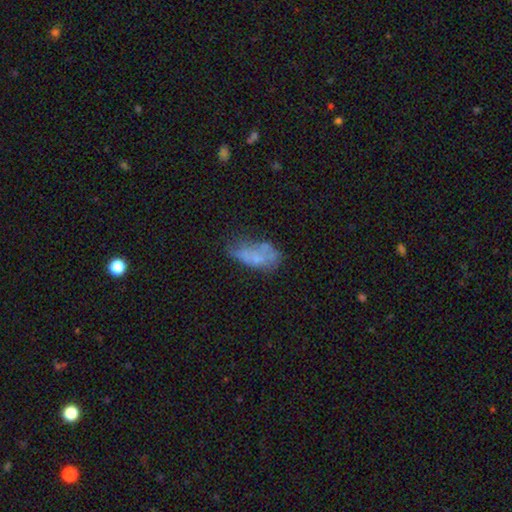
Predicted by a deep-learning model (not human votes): Morphology: type=smooth (50%); roundness=in between (86%); merging=none (34%).